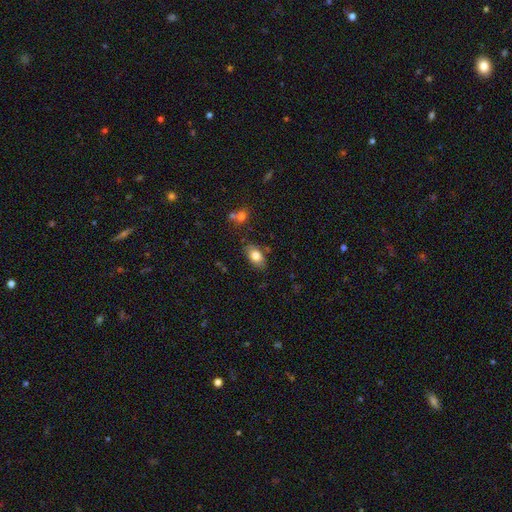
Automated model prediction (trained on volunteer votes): smooth_or_featured: smooth (p=0.81) [alt: featured or disk p=0.11]
how_rounded: in between (p=0.89) [alt: round p=0.09]
merging: none (p=0.76) [alt: minor disturbance p=0.16]